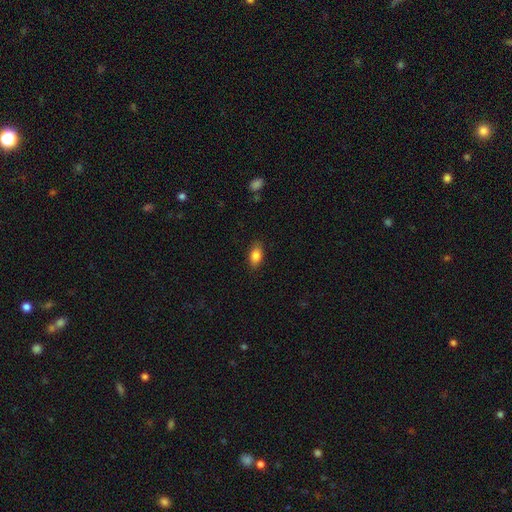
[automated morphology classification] Overall: smooth (84%). How rounded: in between (88%). Merging: none (85%).